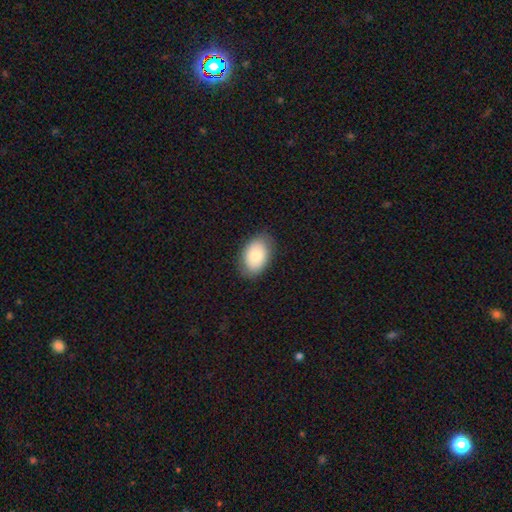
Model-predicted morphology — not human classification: smooth-or-featured: smooth: 80% | featured or disk: 13% | star or artifact: 6%
  how-rounded: in between: 87% | round: 12% | cigar-shaped: 1%
  merging: none: 82% | minor disturbance: 14% | major disturbance: 3% | merger: 1%